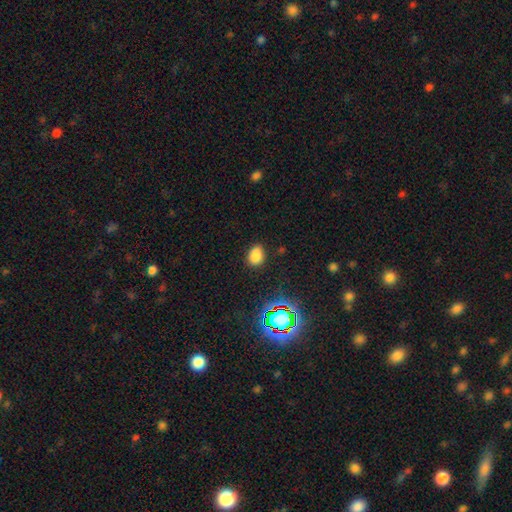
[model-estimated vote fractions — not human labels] smooth 78%, star or artifact 17%, featured or disk 5%. Down the decision tree: how rounded — in between (77%); merging — none (82%).